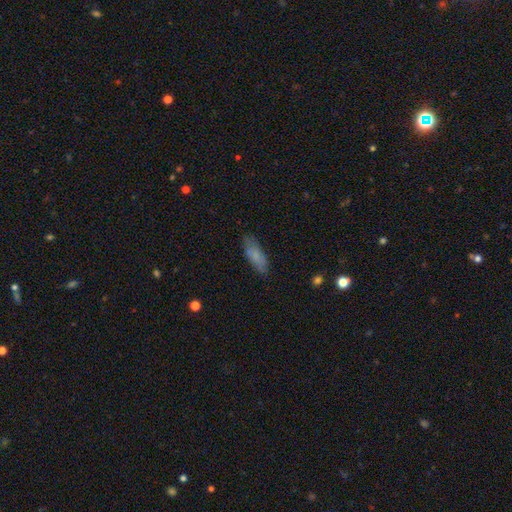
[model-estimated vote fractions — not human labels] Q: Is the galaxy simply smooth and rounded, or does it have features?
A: smooth — 78%.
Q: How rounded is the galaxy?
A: in between — 61%.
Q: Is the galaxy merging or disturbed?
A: none — 78%.